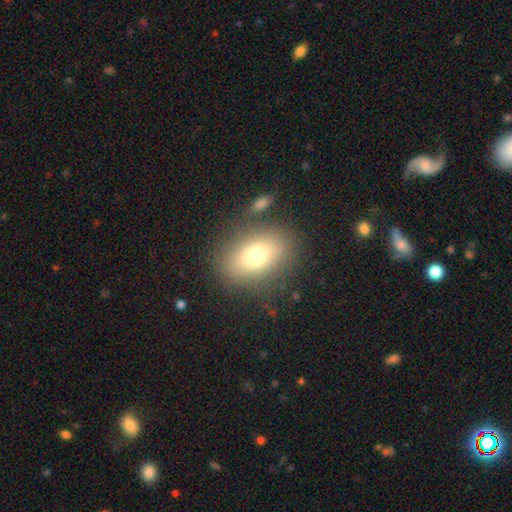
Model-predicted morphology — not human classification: A smooth galaxy with no disk features (73%) that is in between round and cigar-shaped (76%). Merging: none (80%).